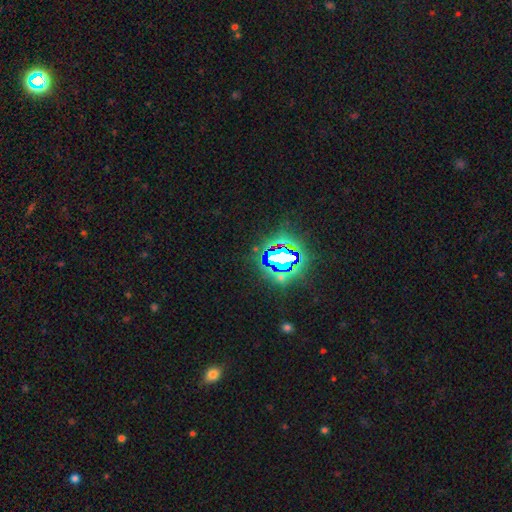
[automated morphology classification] Overall: star or artifact (80%).